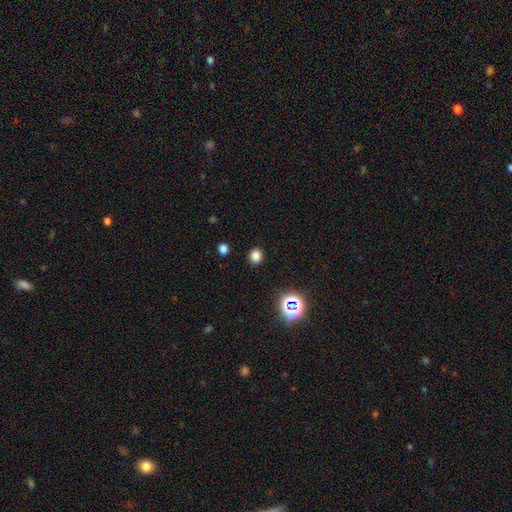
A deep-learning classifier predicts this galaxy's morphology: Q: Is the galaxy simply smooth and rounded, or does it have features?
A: smooth — 79%.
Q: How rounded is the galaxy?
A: round — 68%.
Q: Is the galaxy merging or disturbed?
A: none — 90%.